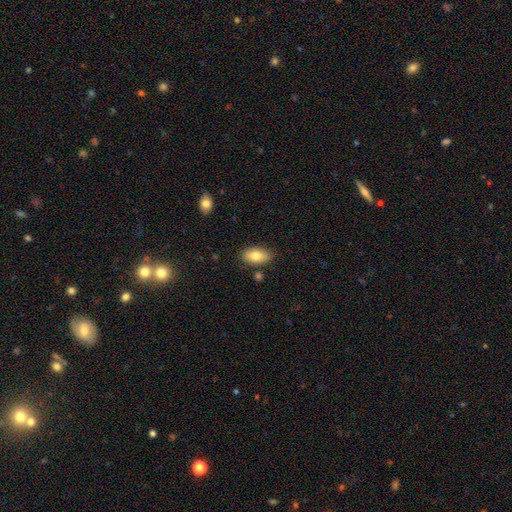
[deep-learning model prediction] Smooth or featured? smooth (80%)
How rounded? in between (93%)
Merging? none (81%)